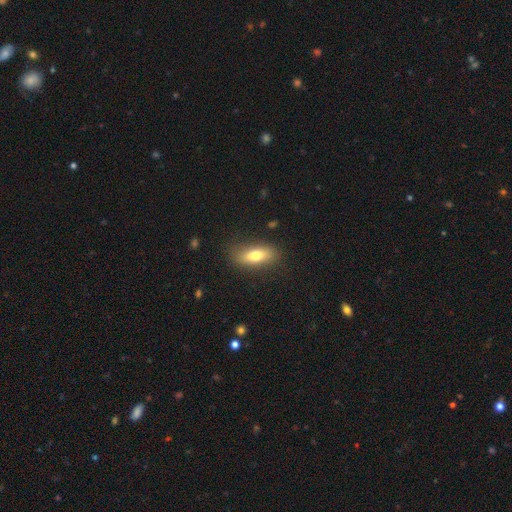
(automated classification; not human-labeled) A smooth galaxy with no disk features (74%) that is in between round and cigar-shaped (74%). Merging: none (82%).